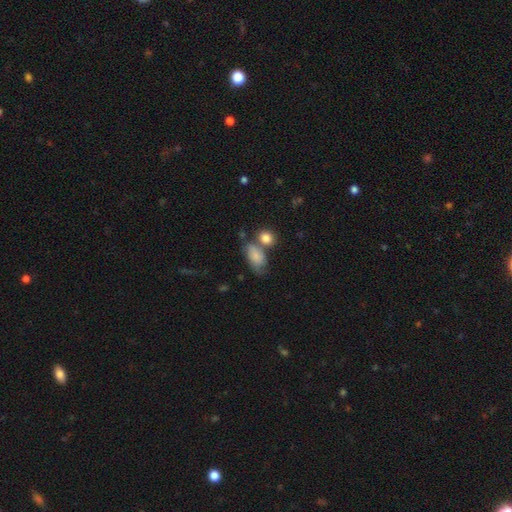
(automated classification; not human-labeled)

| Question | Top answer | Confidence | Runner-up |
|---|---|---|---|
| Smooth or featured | smooth | 78% | featured or disk (14%) |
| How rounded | in between | 85% | round (12%) |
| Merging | none | 43% | merger (29%) |